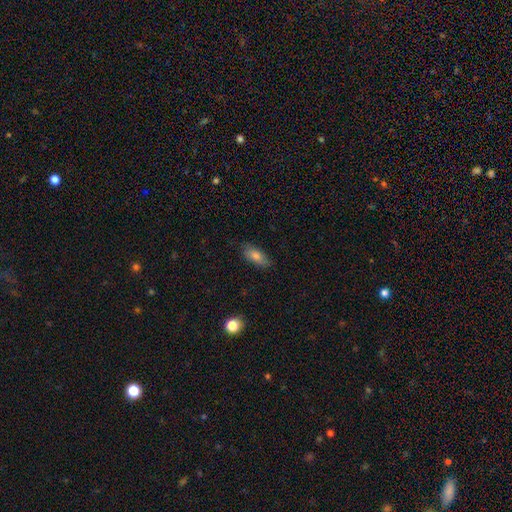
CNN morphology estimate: Q: Smooth or featured?
A: smooth (79%); runner-up: featured or disk (14%)
Q: How rounded?
A: in between (81%); runner-up: cigar-shaped (16%)
Q: Merging?
A: none (82%); runner-up: minor disturbance (14%)